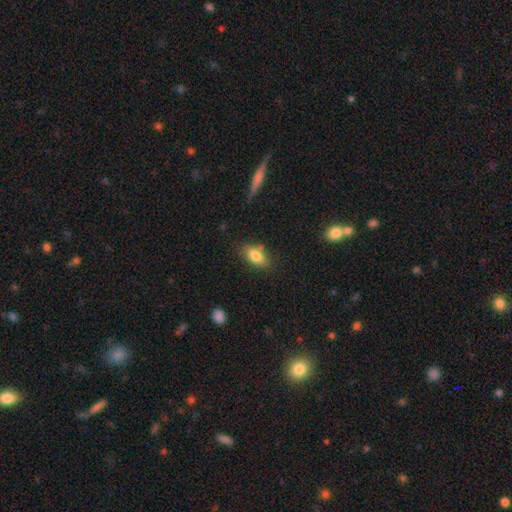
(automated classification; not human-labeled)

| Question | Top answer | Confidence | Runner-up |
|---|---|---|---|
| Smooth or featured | smooth | 80% | featured or disk (11%) |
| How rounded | in between | 86% | round (8%) |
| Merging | none | 73% | minor disturbance (17%) |